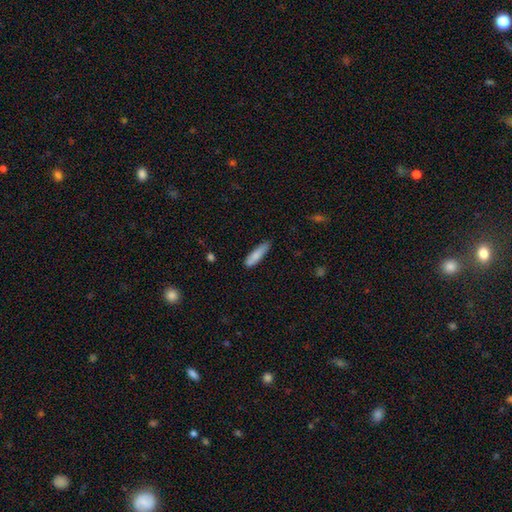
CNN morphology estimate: smooth_or_featured: smooth (p=0.81) [alt: featured or disk p=0.13]
how_rounded: cigar-shaped (p=0.72) [alt: in between p=0.26]
merging: none (p=0.71) [alt: minor disturbance p=0.23]